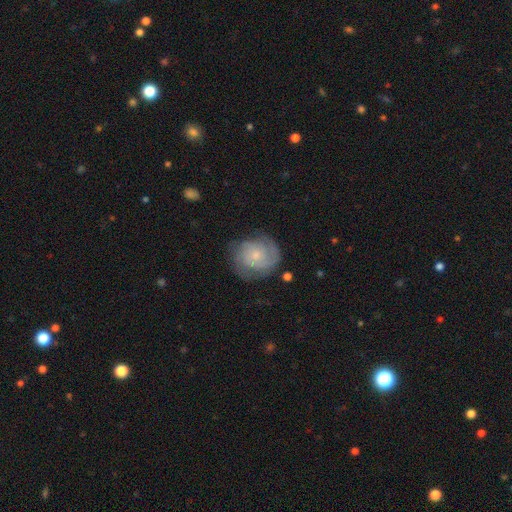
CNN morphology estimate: smooth-or-featured: featured or disk: 70% | smooth: 23% | star or artifact: 6%
  disk-edge-on: no: 98% | yes: 2%
    bar: no: 76% | weak: 21% | strong: 3%
    has-spiral-arms: yes: 92% | no: 8%
      spiral-winding: tight: 63% | medium: 28% | loose: 8%
      spiral-arm-count: 2: 40% | can't tell: 29% | 3: 16% | 1: 7% | 4: 4% | more than 4: 4%
    bulge-size: small: 63% | moderate: 27% | none: 7% | large: 2% | dominant: 1%
  merging: none: 72% | minor disturbance: 19% | major disturbance: 8% | merger: 1%